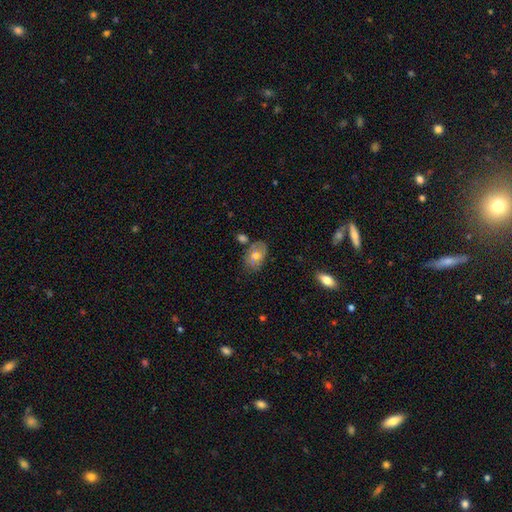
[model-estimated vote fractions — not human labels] Morphology: type=smooth (58%); roundness=in between (87%); merging=none (60%).